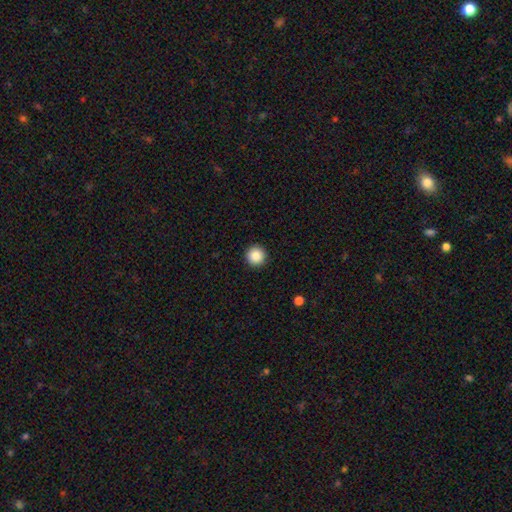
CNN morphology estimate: smooth 87%, star or artifact 9%, featured or disk 4%. Down the decision tree: how rounded — round (96%); merging — none (93%).